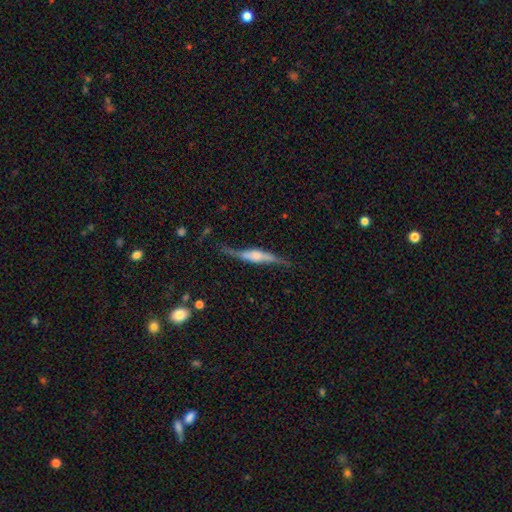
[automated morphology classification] type=featured or disk (70%); edge-on=yes (81%); edge-on bulge=rounded (56%); merging=none (63%).